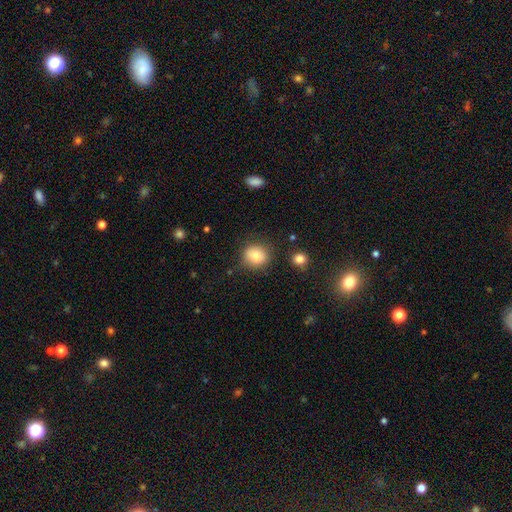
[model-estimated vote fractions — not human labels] A smooth galaxy with no disk features (81%) that is round (83%).

Vote fractions:
- Smooth or featured? smooth: 81% / star or artifact: 10% / featured or disk: 10%
- How rounded? round: 83% / in between: 16% / cigar-shaped: 1%
- Merging? none: 79% / minor disturbance: 14% / major disturbance: 4% / merger: 4%